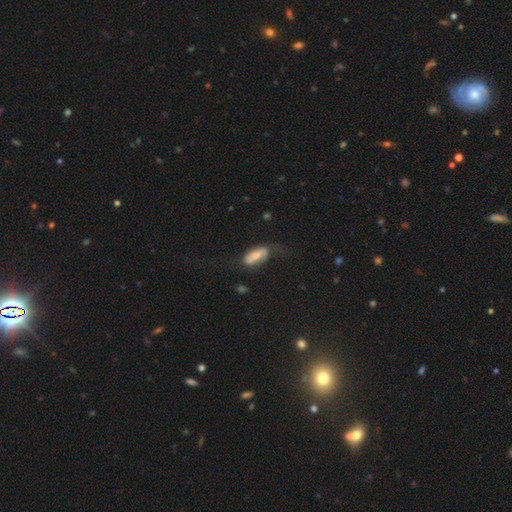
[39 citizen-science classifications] This is possibly a smooth galaxy (49%). How rounded: clearly in between (84%). Merging: marginally major disturbance (38%).